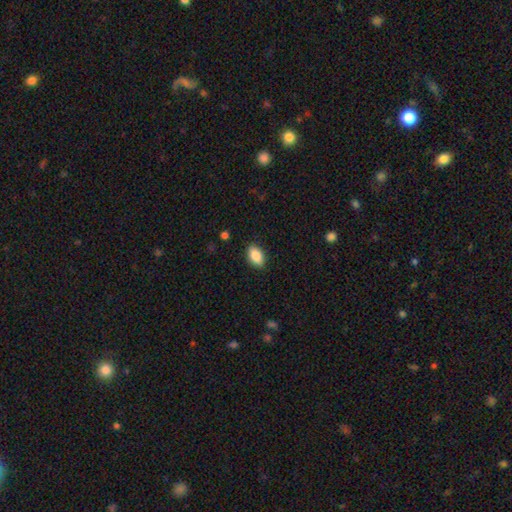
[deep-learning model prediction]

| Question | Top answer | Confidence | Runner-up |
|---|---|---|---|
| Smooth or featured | smooth | 87% | star or artifact (7%) |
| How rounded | in between | 90% | round (8%) |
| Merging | none | 87% | minor disturbance (9%) |